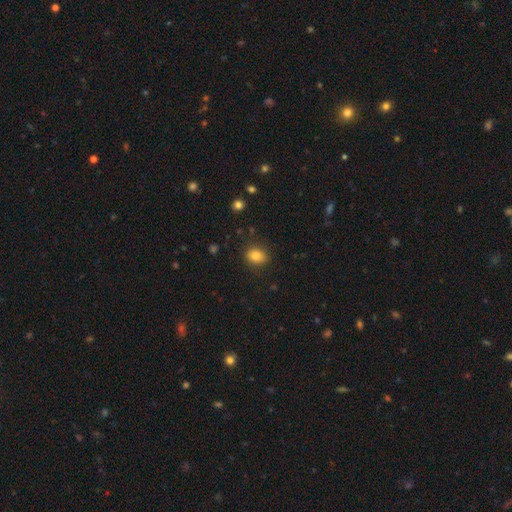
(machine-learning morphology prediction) Q: Smooth or featured?
A: smooth (84%); runner-up: star or artifact (10%)
Q: How rounded?
A: in between (57%); runner-up: round (42%)
Q: Merging?
A: none (85%); runner-up: minor disturbance (10%)